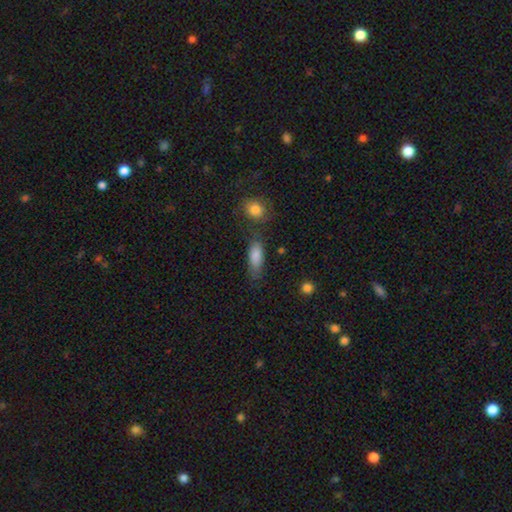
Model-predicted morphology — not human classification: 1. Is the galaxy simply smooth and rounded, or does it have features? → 85% smooth, 8% featured or disk, 7% star or artifact.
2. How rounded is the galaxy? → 78% in between, 19% cigar-shaped, 4% round.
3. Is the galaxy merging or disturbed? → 65% none, 19% minor disturbance, 10% merger, 6% major disturbance.